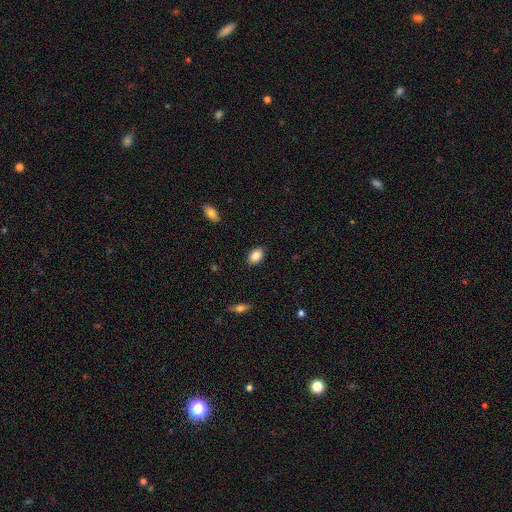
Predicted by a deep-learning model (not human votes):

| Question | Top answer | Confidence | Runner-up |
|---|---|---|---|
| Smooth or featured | smooth | 86% | star or artifact (8%) |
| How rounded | in between | 82% | round (17%) |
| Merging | none | 88% | minor disturbance (9%) |